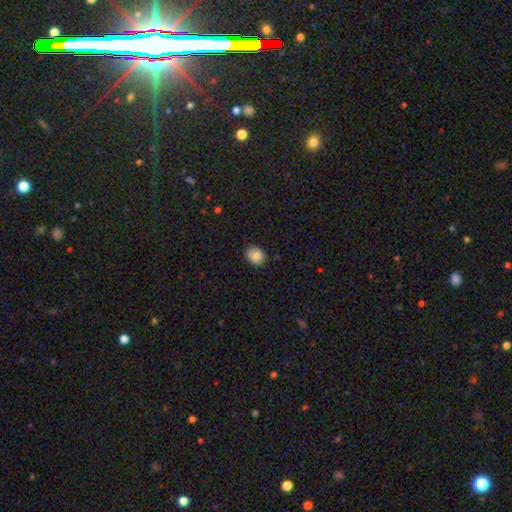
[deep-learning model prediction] Smooth or featured: smooth — 87% (star or artifact — 9%)
How rounded: round — 63% (in between — 36%)
Merging: none — 88% (minor disturbance — 9%)